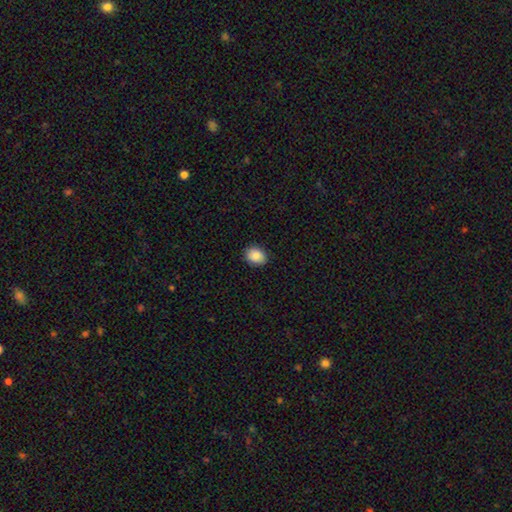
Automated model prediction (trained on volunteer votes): Smooth or featured?
  - smooth: 87% *
  - star or artifact: 8%
  - featured or disk: 5%
How rounded?
  - in between: 54% *
  - round: 46%
  - cigar-shaped: 1%
Merging?
  - none: 89% *
  - minor disturbance: 8%
  - major disturbance: 2%
  - merger: 1%